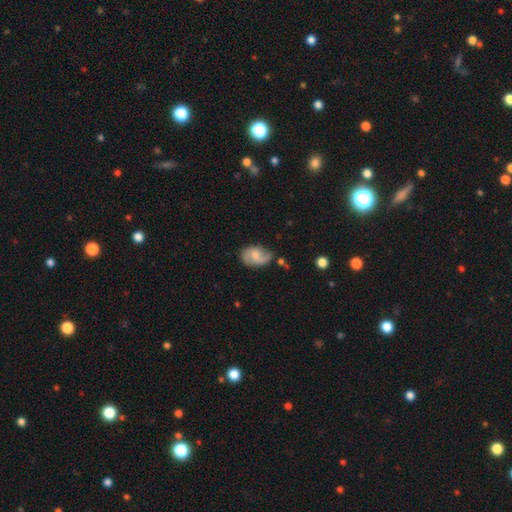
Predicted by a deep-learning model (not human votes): smooth_or_featured: featured or disk (p=0.54) [alt: smooth p=0.39]
disk_edge_on: no (p=0.97) [alt: yes p=0.03]
bar: no (p=0.51) [alt: weak p=0.42]
has_spiral_arms: yes (p=0.86) [alt: no p=0.14]
bulge_size: moderate (p=0.40) [alt: small p=0.30]
merging: none (p=0.58) [alt: minor disturbance p=0.28]